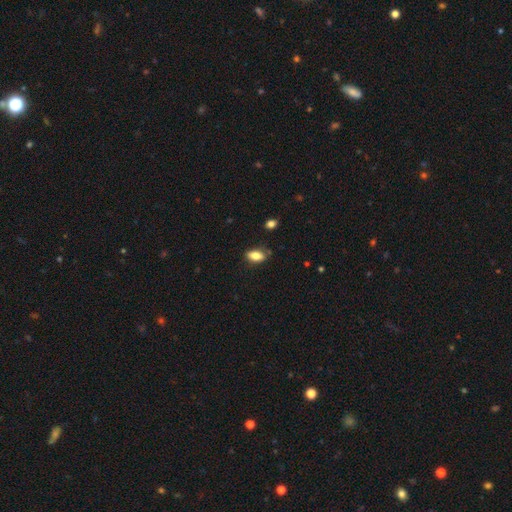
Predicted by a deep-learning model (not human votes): Smooth or featured? smooth (81%)
How rounded? in between (89%)
Merging? none (81%)